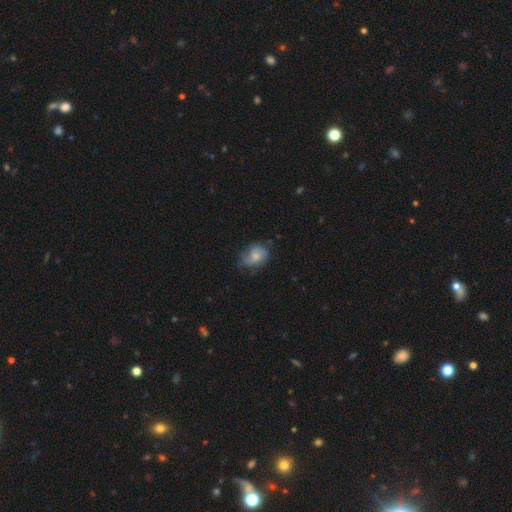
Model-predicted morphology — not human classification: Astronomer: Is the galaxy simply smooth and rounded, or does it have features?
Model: smooth — 62%.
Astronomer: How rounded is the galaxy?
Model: in between — 58% (runner-up: round, 41%).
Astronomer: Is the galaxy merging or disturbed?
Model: none — 53% (runner-up: minor disturbance, 33%).